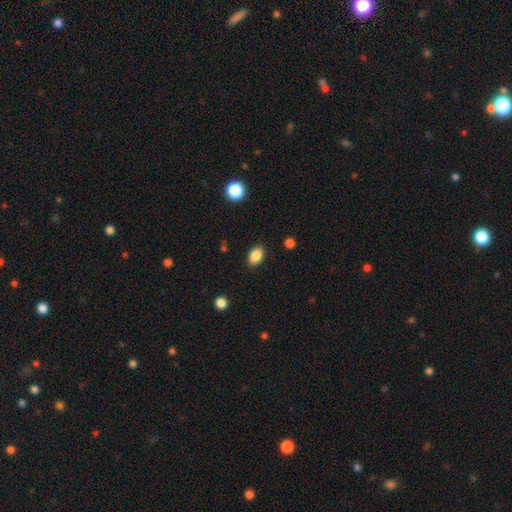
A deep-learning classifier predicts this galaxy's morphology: The model was most divided on "how rounded": in between: 86%, round: 12%, cigar-shaped: 1%. More confident: merging — none (87%); smooth or featured — smooth (87%).